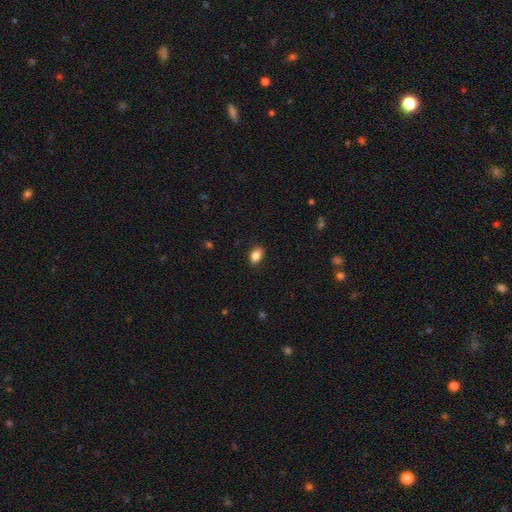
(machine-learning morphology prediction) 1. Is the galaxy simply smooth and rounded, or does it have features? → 85% smooth, 9% star or artifact, 6% featured or disk.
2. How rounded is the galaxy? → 81% in between, 18% round, 2% cigar-shaped.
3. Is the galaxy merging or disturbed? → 85% none, 11% minor disturbance, 2% major disturbance, 1% merger.